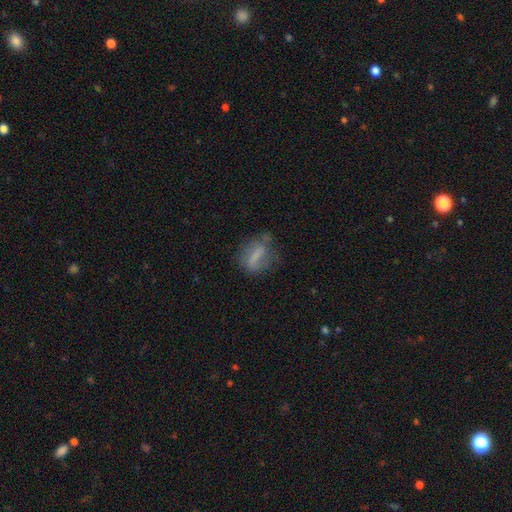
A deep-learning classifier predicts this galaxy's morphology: The model was most divided on "smooth or featured": smooth: 53%, featured or disk: 36%, star or artifact: 10%. More confident: how rounded — in between (59%); merging — none (52%).